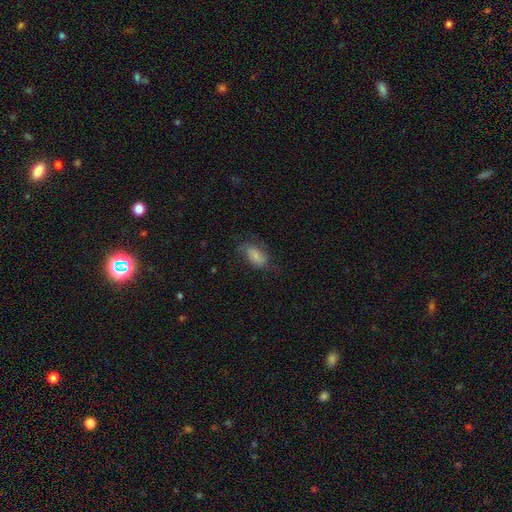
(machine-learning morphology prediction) Smooth or featured: smooth — 69% (featured or disk — 23%)
How rounded: in between — 91% (round — 7%)
Merging: none — 54% (minor disturbance — 27%)